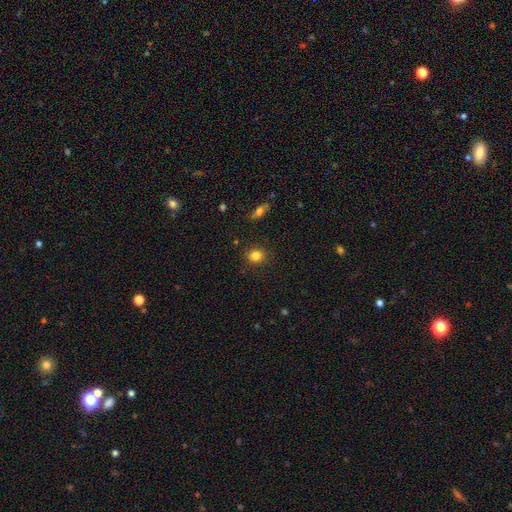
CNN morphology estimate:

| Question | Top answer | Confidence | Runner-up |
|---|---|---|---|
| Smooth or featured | smooth | 83% | star or artifact (11%) |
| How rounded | round | 74% | in between (25%) |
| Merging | none | 88% | minor disturbance (8%) |